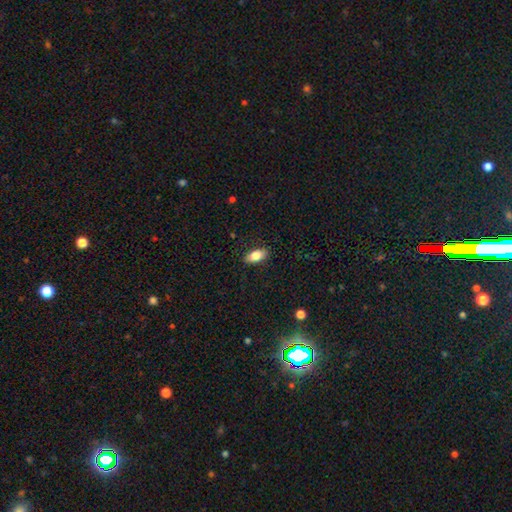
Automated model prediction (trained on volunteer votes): Overall: smooth (79%). How rounded: in between (87%). Merging: none (88%).